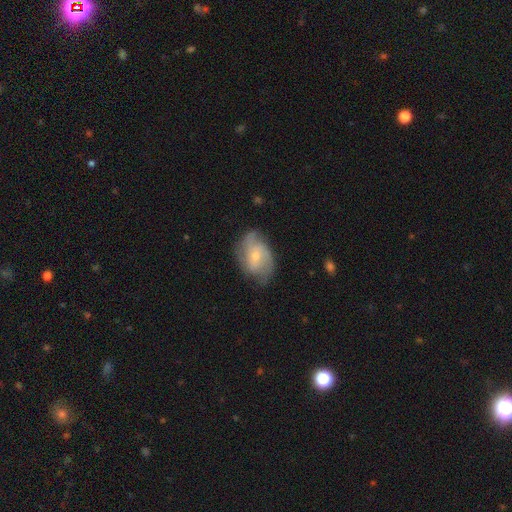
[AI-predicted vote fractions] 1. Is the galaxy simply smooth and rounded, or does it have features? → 65% featured or disk, 28% smooth, 7% star or artifact.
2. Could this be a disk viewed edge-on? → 96% no, 4% yes.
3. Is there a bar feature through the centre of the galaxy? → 56% no, 37% weak, 8% strong.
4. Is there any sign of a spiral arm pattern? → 85% yes, 15% no.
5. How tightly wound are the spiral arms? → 45% medium, 31% tight, 24% loose.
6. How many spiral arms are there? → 43% 2, 26% can't tell, 19% 3, 5% 4, 5% 1, 3% more than 4.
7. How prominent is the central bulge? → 57% small, 39% moderate, 2% none, 2% large, 1% dominant.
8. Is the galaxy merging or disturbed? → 60% none, 27% minor disturbance, 11% major disturbance, 1% merger.